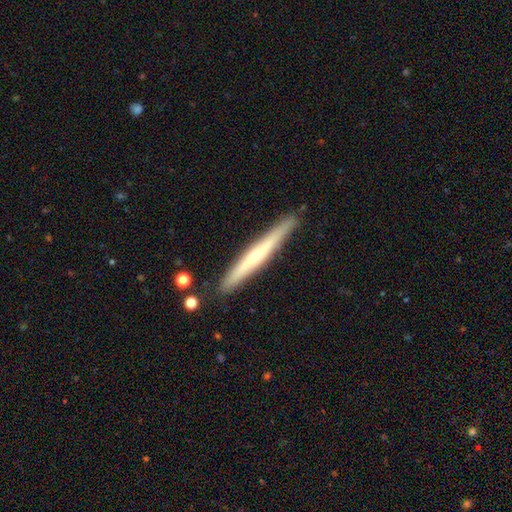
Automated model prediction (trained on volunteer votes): Smooth or featured? featured or disk (59%)
Edge-on disk? yes (95%)
Edge-on bulge? rounded (62%)
Merging? none (88%)